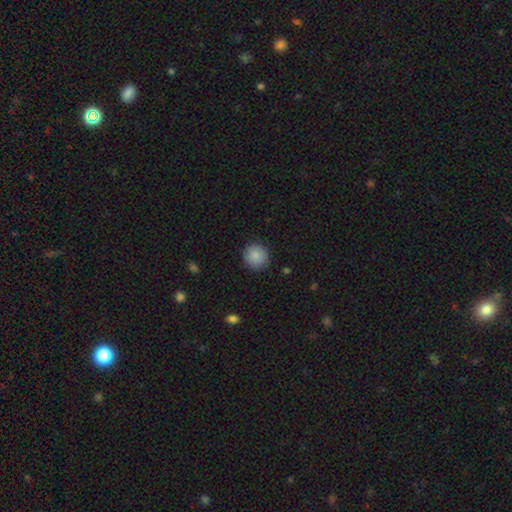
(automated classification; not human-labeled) A smooth galaxy with no disk features (88%) that is round (92%). Merging: none (90%).